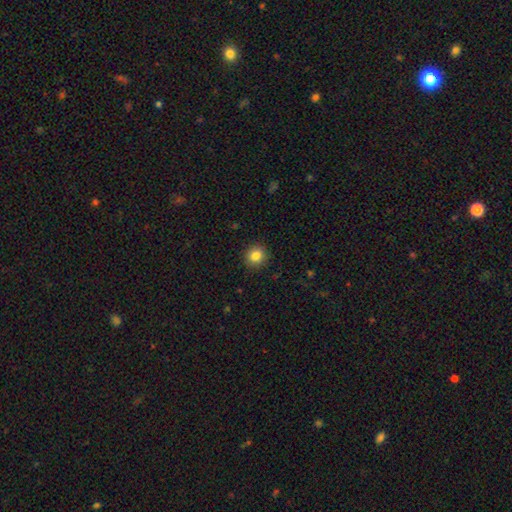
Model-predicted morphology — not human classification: Smooth or featured? smooth (84%)
How rounded? round (89%)
Merging? none (91%)